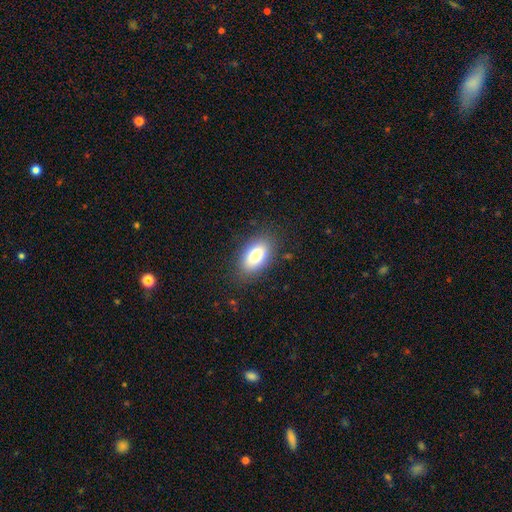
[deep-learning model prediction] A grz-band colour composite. It shows a smooth galaxy with no disk features (79%) that is in between round and cigar-shaped (92%). Merging: none (83%).